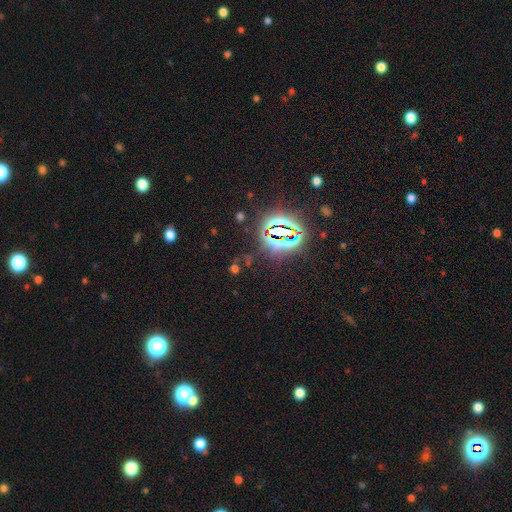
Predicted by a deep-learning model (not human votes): Morphology: type=star or artifact (83%).